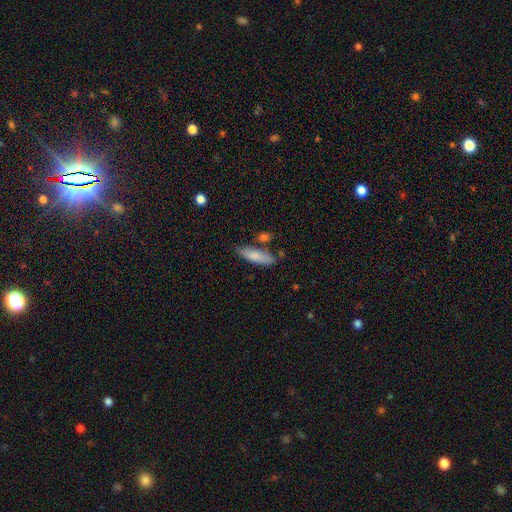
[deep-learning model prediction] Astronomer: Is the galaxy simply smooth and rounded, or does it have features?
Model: smooth — 82%.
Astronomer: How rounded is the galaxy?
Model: cigar-shaped — 57% (runner-up: in between, 41%).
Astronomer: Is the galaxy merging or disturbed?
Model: none — 73%.